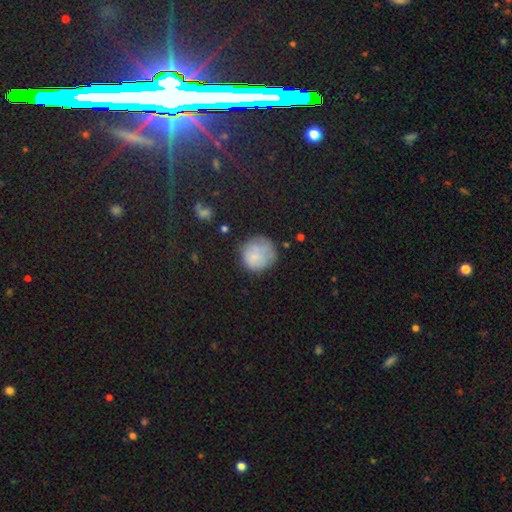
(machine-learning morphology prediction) Smooth or featured: smooth — 74% (featured or disk — 15%)
How rounded: round — 90% (in between — 9%)
Merging: none — 60% (minor disturbance — 25%)